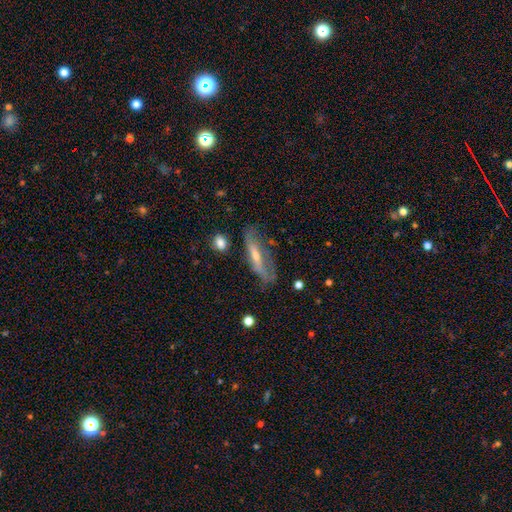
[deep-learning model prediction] A featured or disk galaxy (60%) viewed edge-on (50%, tied with no).

Vote fractions:
- Smooth or featured? featured or disk: 60% / smooth: 32% / star or artifact: 8%
- Edge-on disk? yes: 50% (tied) / no: 50% (tied)
- Merging? none: 59% / minor disturbance: 25% / major disturbance: 13% / merger: 3%